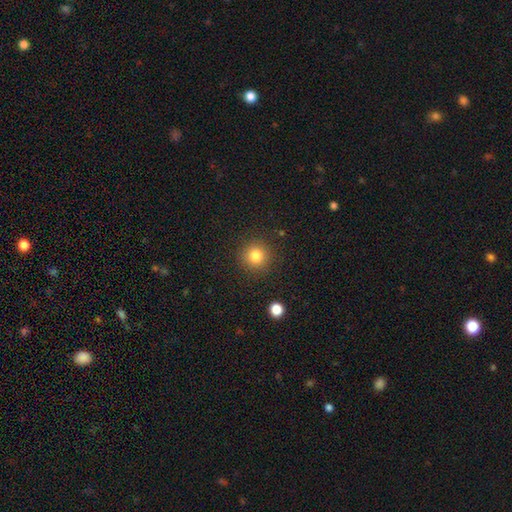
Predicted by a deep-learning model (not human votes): Smooth or featured? smooth (82%)
How rounded? round (94%)
Merging? none (89%)